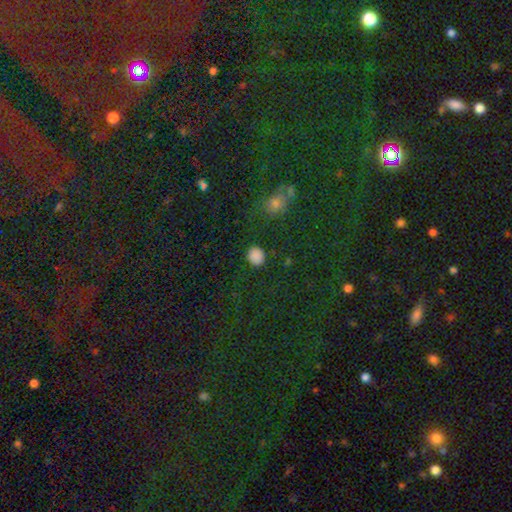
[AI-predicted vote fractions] smooth 85%, star or artifact 12%, featured or disk 3%. Down the decision tree: how rounded — round (81%); merging — none (88%).